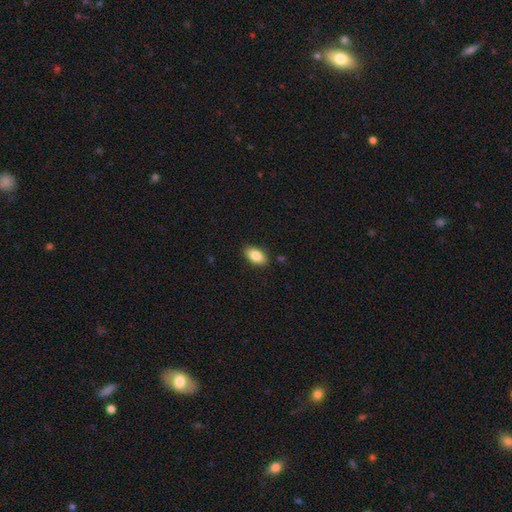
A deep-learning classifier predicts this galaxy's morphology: Smooth or featured?
  - smooth: 83% *
  - featured or disk: 9%
  - star or artifact: 7%
How rounded?
  - in between: 92% *
  - round: 5%
  - cigar-shaped: 3%
Merging?
  - none: 87% *
  - minor disturbance: 9%
  - major disturbance: 2%
  - merger: 1%